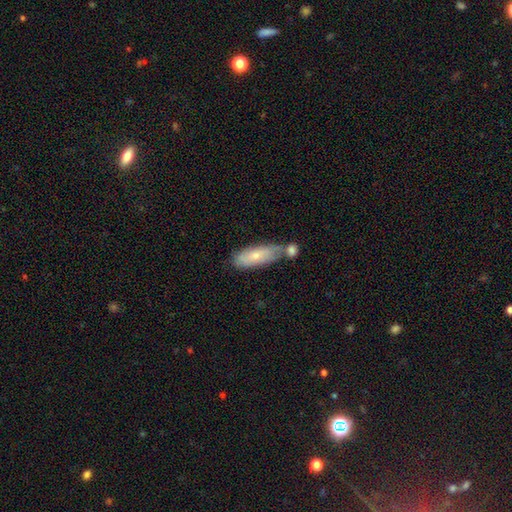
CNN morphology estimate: Smooth or featured? smooth (68%)
How rounded? in between (60%)
Merging? none (46%)